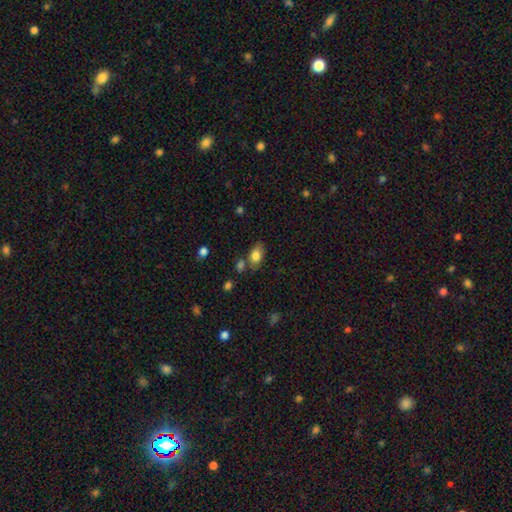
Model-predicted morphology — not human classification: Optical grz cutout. It shows a smooth galaxy with no disk features (81%) that is in between round and cigar-shaped (87%). Merging: none (67%).